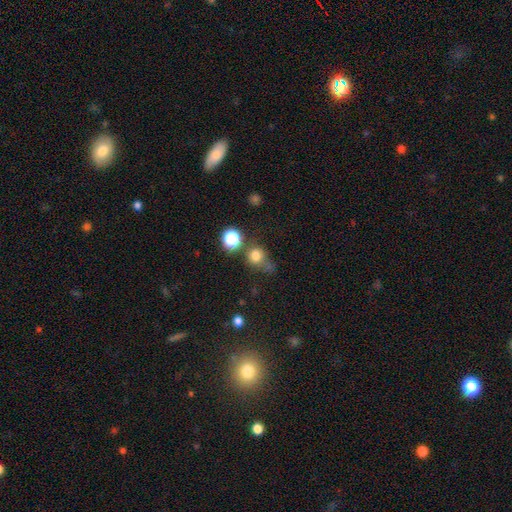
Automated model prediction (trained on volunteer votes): Overall: smooth (75%). How rounded: round (84%). Merging: none (53%; minor disturbance 20%).